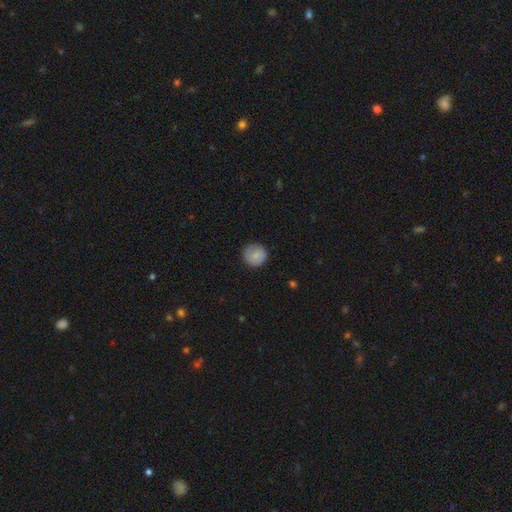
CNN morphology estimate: Smooth or featured: smooth — 82% (featured or disk — 11%)
How rounded: round — 94% (in between — 5%)
Merging: none — 87% (minor disturbance — 9%)